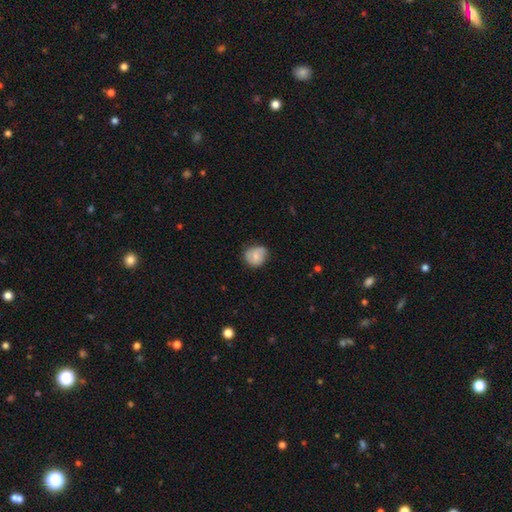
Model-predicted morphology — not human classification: type=smooth (67%); roundness=round (74%); merging=none (63%).